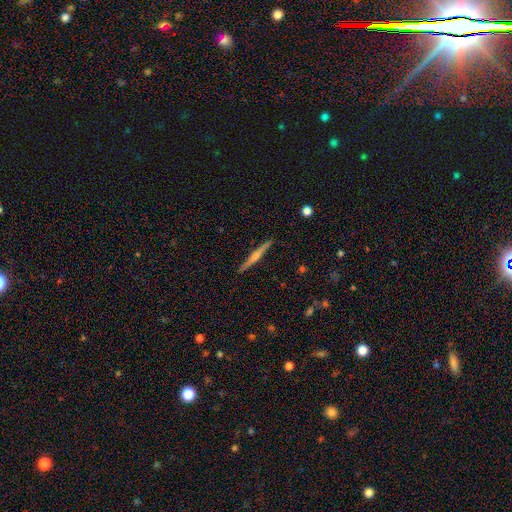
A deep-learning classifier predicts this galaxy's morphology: Overall: featured or disk (70%). Edge-on disk: yes (98%). Edge-on bulge: rounded (73%). Merging: none (91%).